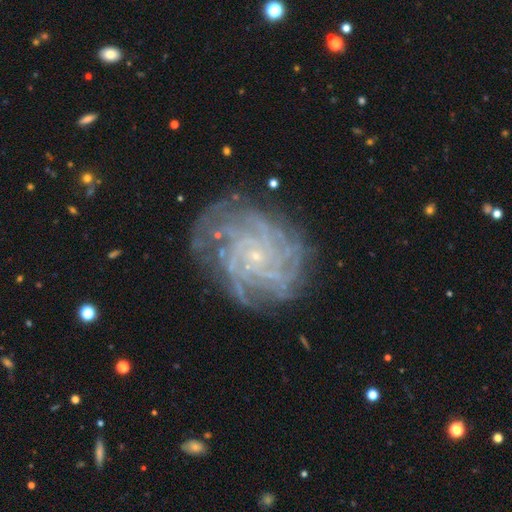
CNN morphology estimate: featured or disk 87%, star or artifact 7%, smooth 6%. Down the decision tree: edge-on disk — no (98%); bar — no (78%); spiral arms — yes (97%); spiral arm count — more than 4 (32%); spiral winding — tight (75%); bulge size — small (88%); merging — none (75%).